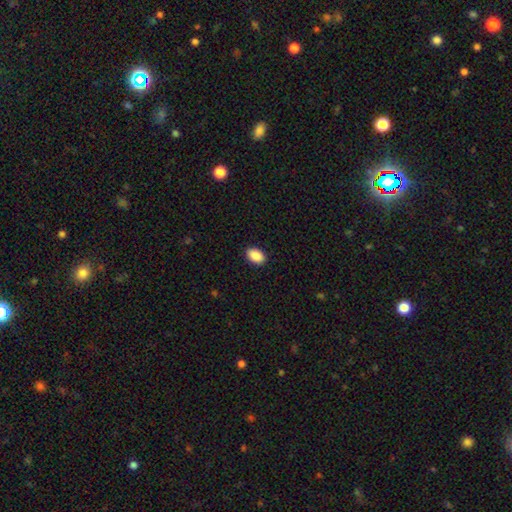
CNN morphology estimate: smooth 90%, star or artifact 7%, featured or disk 3%. Down the decision tree: how rounded — in between (90%); merging — none (90%).